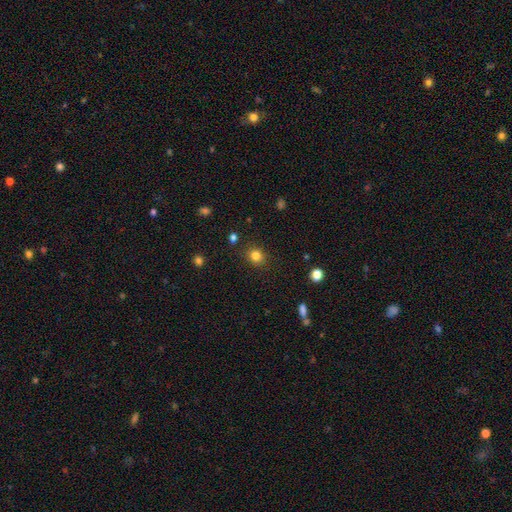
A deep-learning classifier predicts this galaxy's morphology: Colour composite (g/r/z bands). It shows a smooth galaxy with no disk features (81%) that is round (75%). Merging: none (86%).